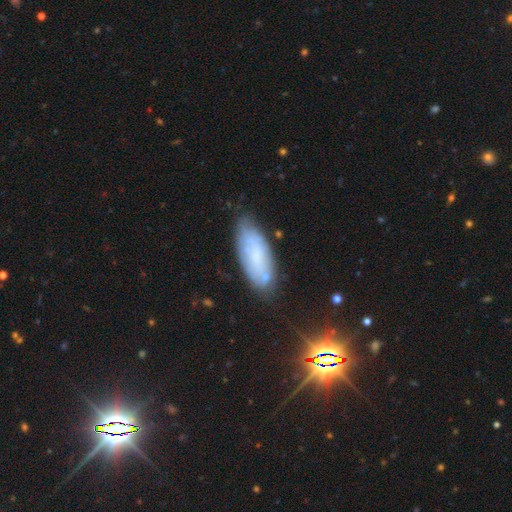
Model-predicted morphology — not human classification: type=smooth (53%); roundness=in between (75%); merging=none (70%).